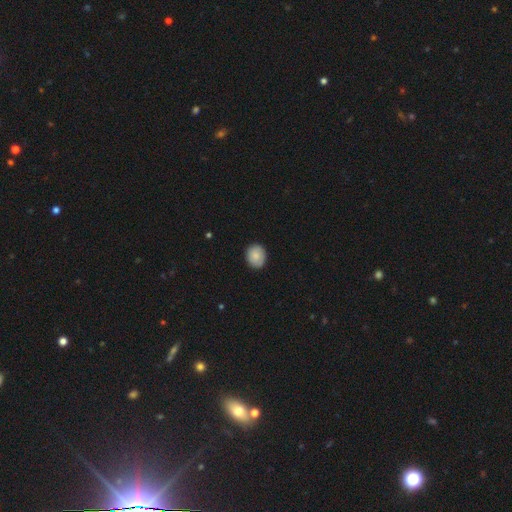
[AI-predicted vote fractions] This appears to be a smooth galaxy with no disk features (85%) that is round (61%). Merging: none (87%).